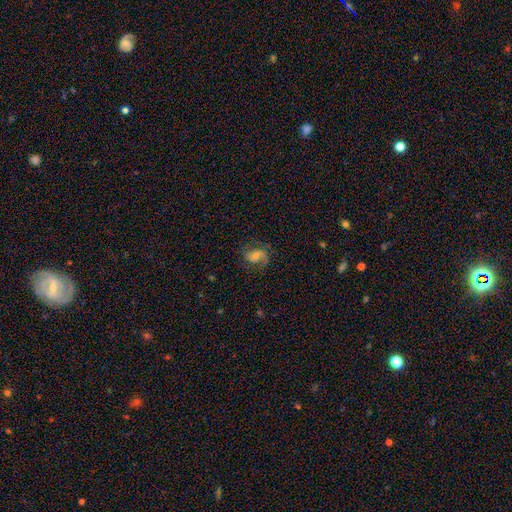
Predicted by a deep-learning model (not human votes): The model was most divided on "bulge size": small: 44%, moderate: 43%, none: 6%, large: 5%, dominant: 1%. Remaining: edge-on disk — no (97%); spiral arms — yes (95%); spiral arm count — 2 (78%); smooth or featured — featured or disk (75%); merging — none (72%); spiral winding — medium (51%); bar — no (49%).